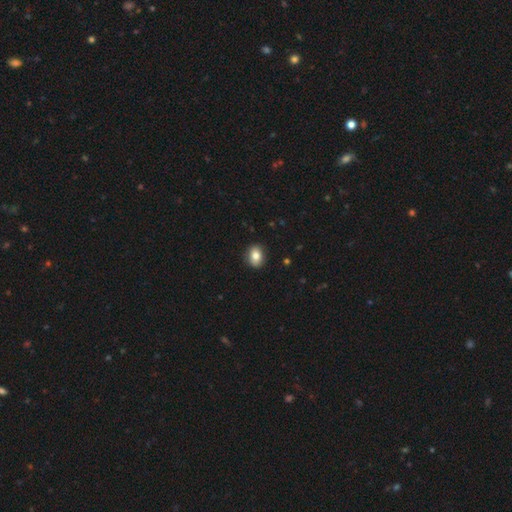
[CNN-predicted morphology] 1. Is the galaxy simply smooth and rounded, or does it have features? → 82% smooth, 10% featured or disk, 8% star or artifact.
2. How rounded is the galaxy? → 67% in between, 32% round, 1% cigar-shaped.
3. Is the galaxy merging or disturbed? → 89% none, 8% minor disturbance, 2% major disturbance, 1% merger.